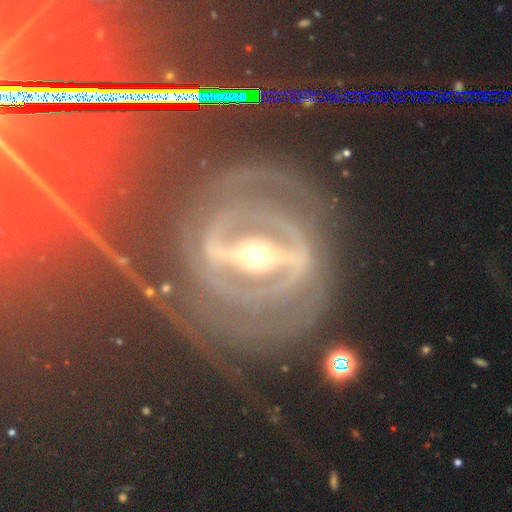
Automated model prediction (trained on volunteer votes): Smooth or featured? featured or disk (88%)
Edge-on disk? no (93%)
Bar? strong (80%)
Spiral arms? yes (87%)
Spiral winding? tight (65%)
Spiral arm count? 2 (33%)
Bulge size? small (56%)
Merging? none (55%)